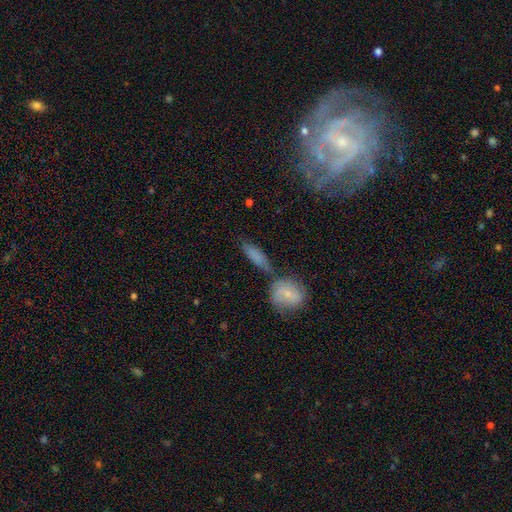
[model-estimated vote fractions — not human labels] Q: Smooth or featured?
A: smooth (71%); runner-up: featured or disk (20%)
Q: How rounded?
A: cigar-shaped (47%); tied with: in between (47%)
Q: Merging?
A: none (46%); runner-up: merger (32%)